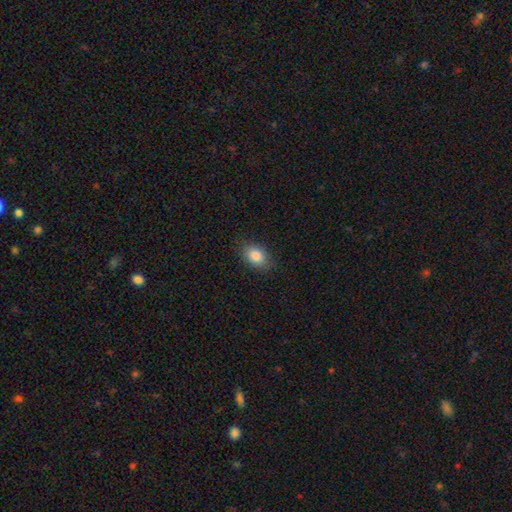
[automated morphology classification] Q: Smooth or featured?
A: smooth (85%); runner-up: star or artifact (8%)
Q: How rounded?
A: in between (83%); runner-up: round (15%)
Q: Merging?
A: none (85%); runner-up: minor disturbance (11%)